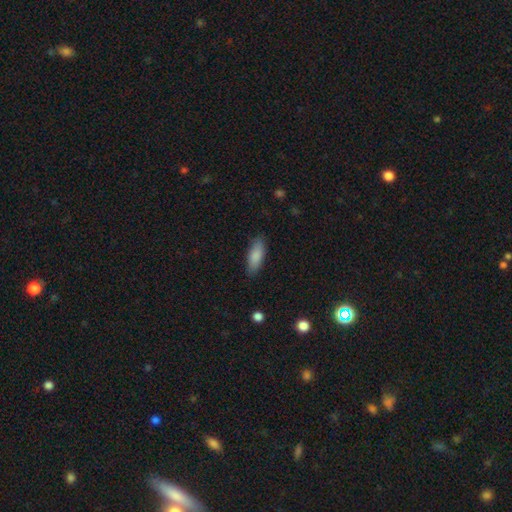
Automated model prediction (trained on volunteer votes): Morphology: type=smooth (86%); roundness=in between (71%); merging=none (85%).